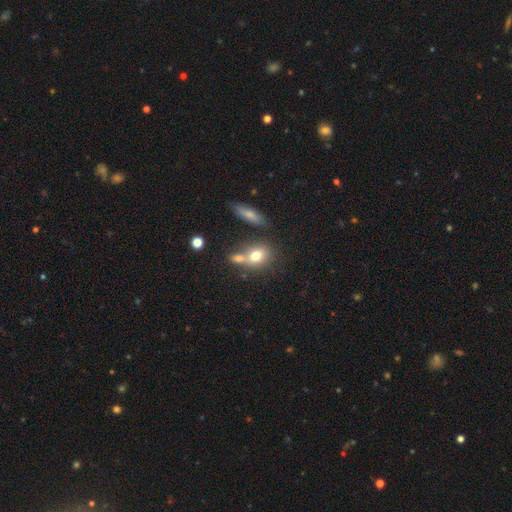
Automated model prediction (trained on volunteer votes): Smooth or featured? smooth (74%)
How rounded? round (48%, tied with in between)
Merging? none (45%)